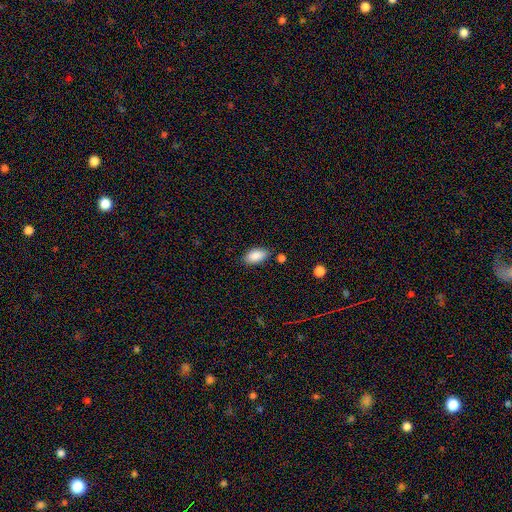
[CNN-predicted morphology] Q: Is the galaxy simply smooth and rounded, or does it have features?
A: smooth — 88%.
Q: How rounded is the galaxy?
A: in between — 94%.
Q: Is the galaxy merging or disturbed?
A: none — 78%.